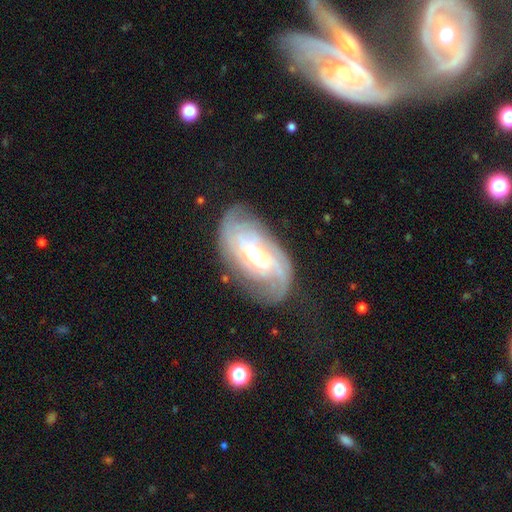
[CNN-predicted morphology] Smooth or featured? featured or disk (82%)
Edge-on disk? no (94%)
Bar? weak (46%)
Spiral arms? yes (94%)
Spiral winding? tight (59%)
Spiral arm count? can't tell (38%)
Bulge size? moderate (64%)
Merging? none (69%)